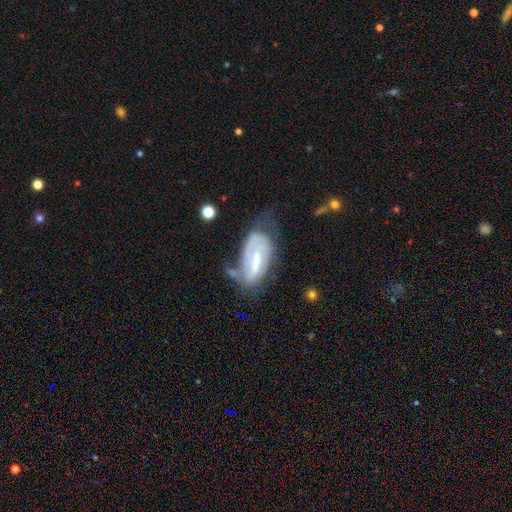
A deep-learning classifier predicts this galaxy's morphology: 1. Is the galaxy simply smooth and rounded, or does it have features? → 71% featured or disk, 19% smooth, 10% star or artifact.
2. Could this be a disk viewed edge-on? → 93% no, 7% yes.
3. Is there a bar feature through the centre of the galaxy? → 44% weak, 35% no, 21% strong.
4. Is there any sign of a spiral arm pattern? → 86% yes, 14% no.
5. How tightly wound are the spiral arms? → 42% tight, 39% medium, 19% loose.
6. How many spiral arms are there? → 53% 2, 28% can't tell, 9% 1, 6% 3, 2% 4, 2% more than 4.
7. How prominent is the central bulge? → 57% small, 33% moderate, 6% none, 3% large, 1% dominant.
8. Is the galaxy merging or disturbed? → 50% none, 27% minor disturbance, 17% major disturbance, 6% merger.